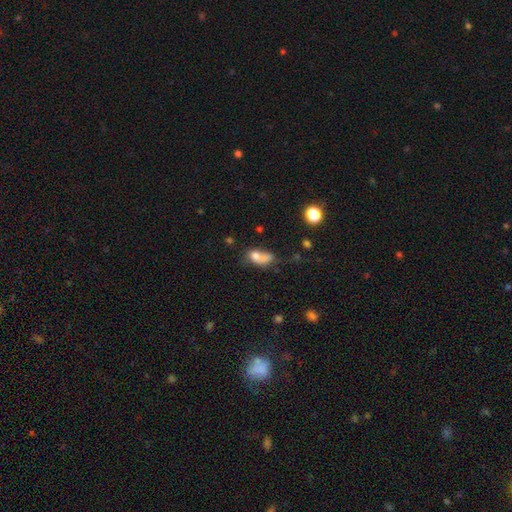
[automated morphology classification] Smooth or featured: smooth — 70% (featured or disk — 18%)
How rounded: in between — 70% (round — 25%)
Merging: merger — 42% (none — 22%)